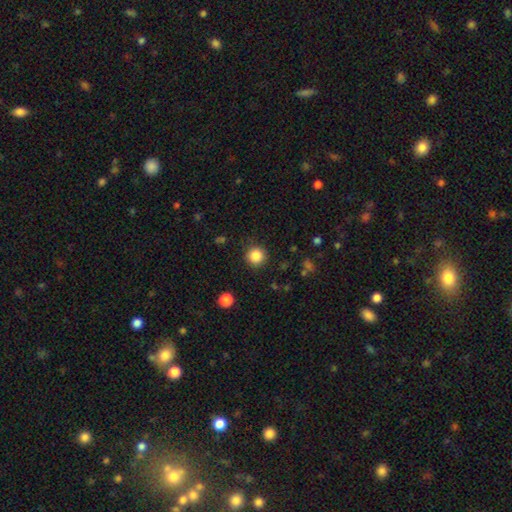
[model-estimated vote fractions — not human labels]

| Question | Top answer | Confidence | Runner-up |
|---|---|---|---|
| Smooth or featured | smooth | 85% | star or artifact (11%) |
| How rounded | round | 95% | in between (5%) |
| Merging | none | 89% | minor disturbance (7%) |